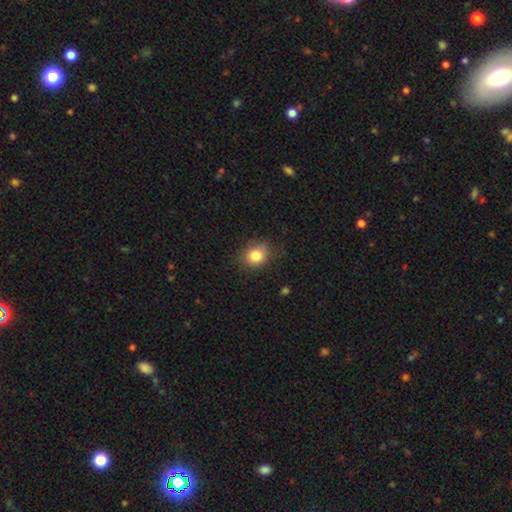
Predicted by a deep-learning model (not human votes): Smooth or featured: smooth — 82% (star or artifact — 11%)
How rounded: round — 68% (in between — 31%)
Merging: none — 78% (minor disturbance — 17%)